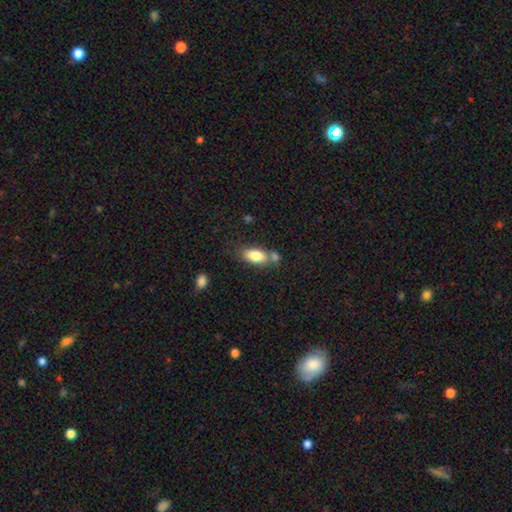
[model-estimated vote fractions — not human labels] smooth-or-featured: smooth: 82% | featured or disk: 11% | star or artifact: 7%
  how-rounded: in between: 87% | cigar-shaped: 9% | round: 4%
  merging: none: 52% | merger: 28% | minor disturbance: 15% | major disturbance: 5%